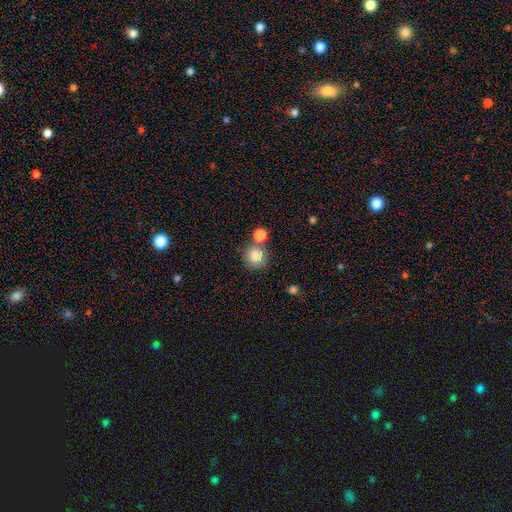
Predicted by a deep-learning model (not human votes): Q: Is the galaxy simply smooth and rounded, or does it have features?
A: smooth — 82%.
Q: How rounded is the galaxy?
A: round — 91%.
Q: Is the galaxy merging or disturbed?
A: none — 66%.